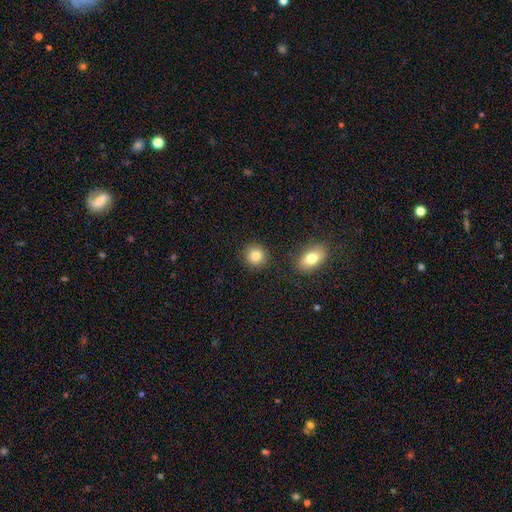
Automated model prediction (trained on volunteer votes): A smooth galaxy with no disk features (84%) that is round (88%). Merging: none (87%).